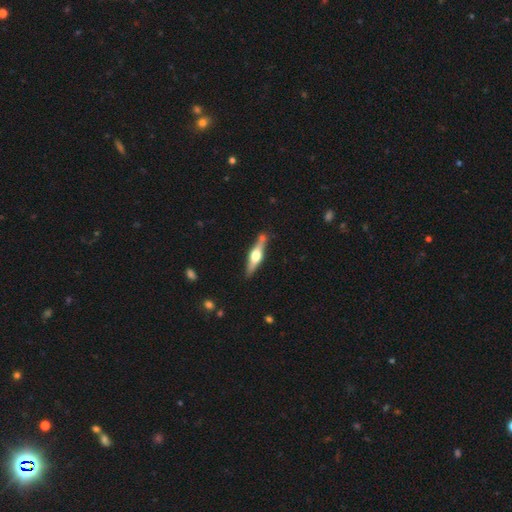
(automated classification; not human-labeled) Smooth or featured?
  - featured or disk: 70% *
  - smooth: 25%
  - star or artifact: 5%
Edge-on disk?
  - yes: 97% *
  - no: 3%
Edge-on bulge?
  - rounded: 94% *
  - boxy: 4%
  - none: 2%
Merging?
  - none: 82% *
  - minor disturbance: 11%
  - merger: 5%
  - major disturbance: 2%